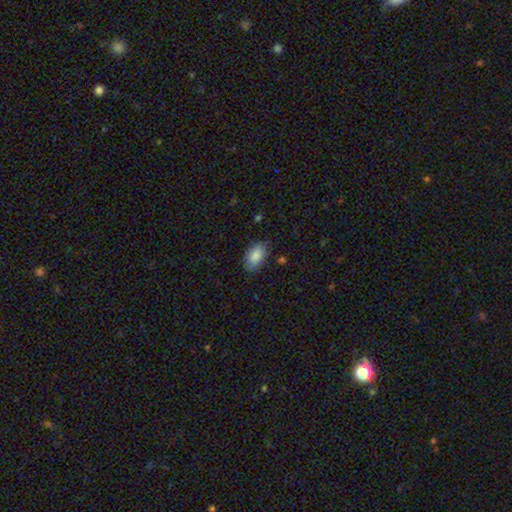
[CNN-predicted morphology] The model was most divided on "merging": none: 79%, minor disturbance: 16%, major disturbance: 3%, merger: 1%. More confident: how rounded — in between (93%); smooth or featured — smooth (87%).